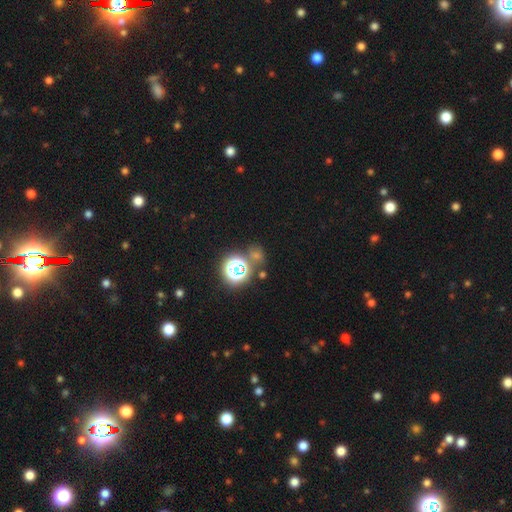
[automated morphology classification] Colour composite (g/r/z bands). It shows a star or artifact, not a galaxy (59%).